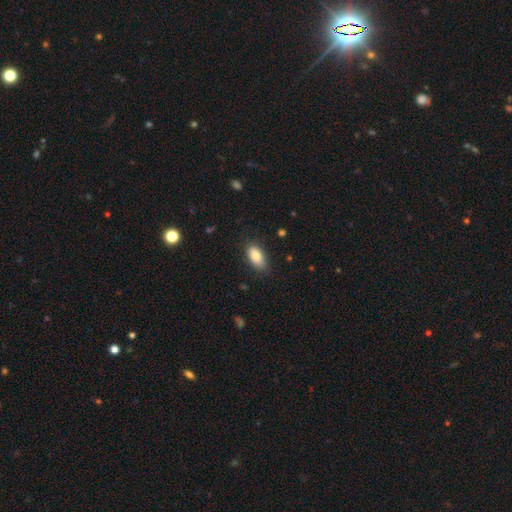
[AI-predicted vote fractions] Smooth or featured? Predicted: smooth (p=0.82). How rounded? Predicted: in between (p=0.91). Merging? Predicted: none (p=0.78).